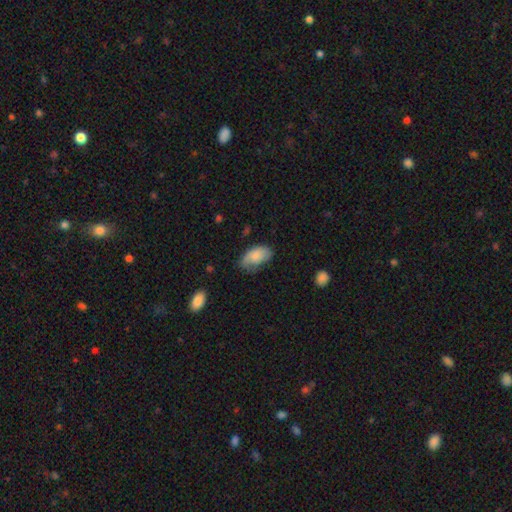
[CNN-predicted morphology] type=smooth (77%); roundness=in between (93%); merging=none (47%).